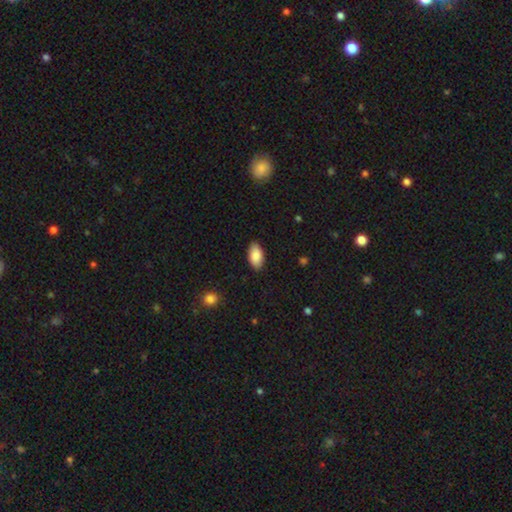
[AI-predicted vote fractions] A smooth galaxy with no disk features (88%) that is in between round and cigar-shaped (95%). Merging: none (87%).